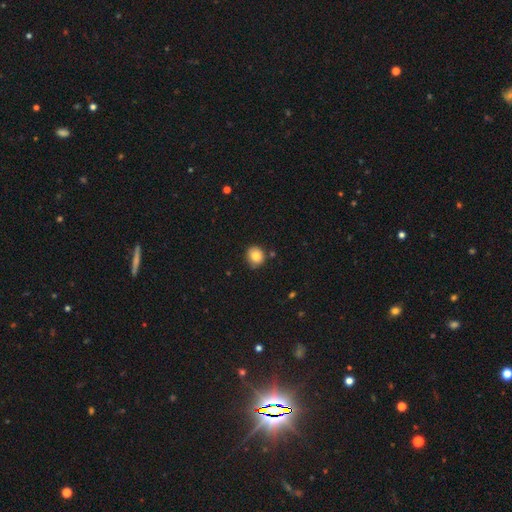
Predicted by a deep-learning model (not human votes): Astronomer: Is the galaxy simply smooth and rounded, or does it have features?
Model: smooth — 83%.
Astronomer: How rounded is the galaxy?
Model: round — 81%.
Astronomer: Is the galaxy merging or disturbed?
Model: none — 81%.